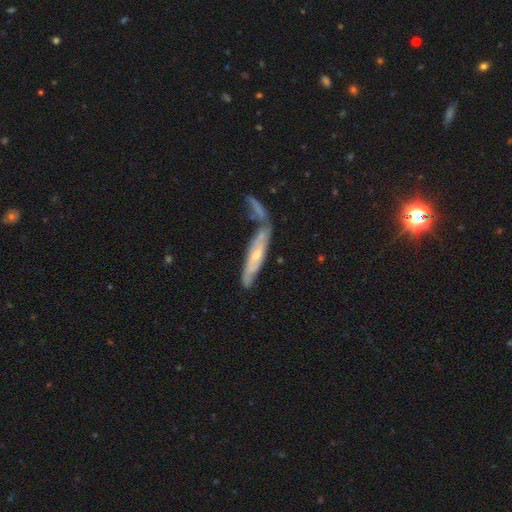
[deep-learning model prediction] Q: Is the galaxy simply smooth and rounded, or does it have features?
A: featured or disk — 64%.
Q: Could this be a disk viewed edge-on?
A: no — 52%.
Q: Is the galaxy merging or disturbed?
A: none — 43%.